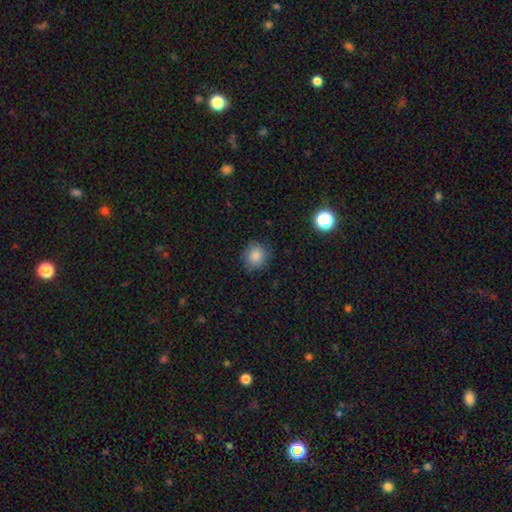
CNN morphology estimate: This appears to be a smooth galaxy with no disk features (85%) that is round (88%). Merging: none (86%).